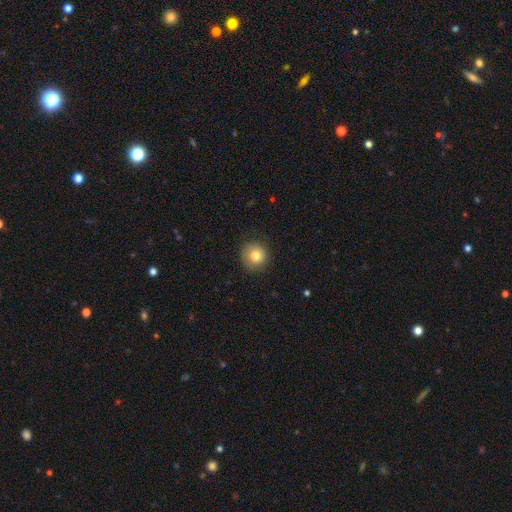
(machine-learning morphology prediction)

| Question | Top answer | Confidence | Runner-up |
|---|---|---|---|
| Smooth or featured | smooth | 80% | star or artifact (10%) |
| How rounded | round | 91% | in between (8%) |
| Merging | none | 83% | minor disturbance (12%) |